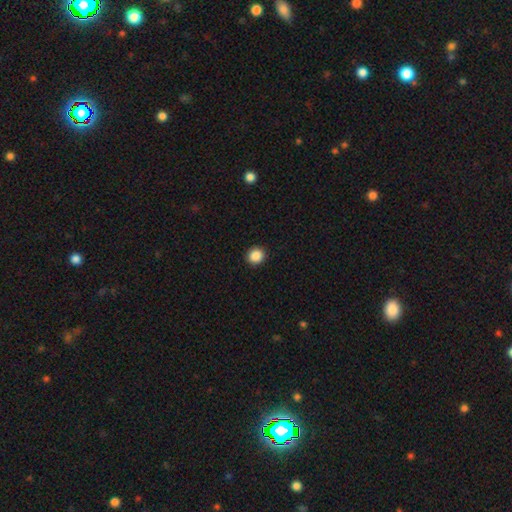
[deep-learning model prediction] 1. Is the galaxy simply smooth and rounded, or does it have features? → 88% smooth, 9% star or artifact, 3% featured or disk.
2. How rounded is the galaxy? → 90% round, 9% in between, 1% cigar-shaped.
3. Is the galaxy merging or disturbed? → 92% none, 5% minor disturbance, 2% major disturbance, 1% merger.